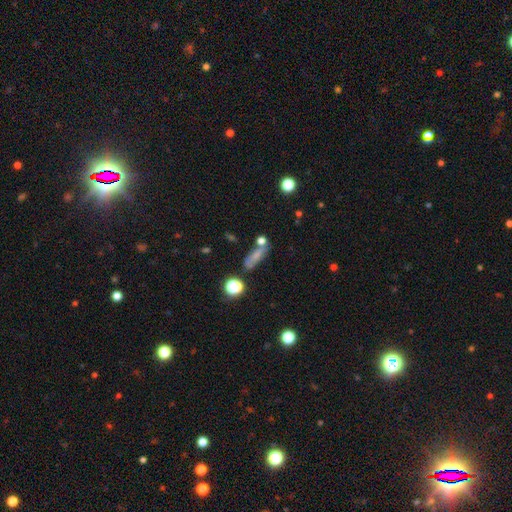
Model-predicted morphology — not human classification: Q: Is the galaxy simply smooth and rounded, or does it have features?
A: smooth — 62%.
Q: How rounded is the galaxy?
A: in between — 50%.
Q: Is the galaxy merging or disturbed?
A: none — 55%.